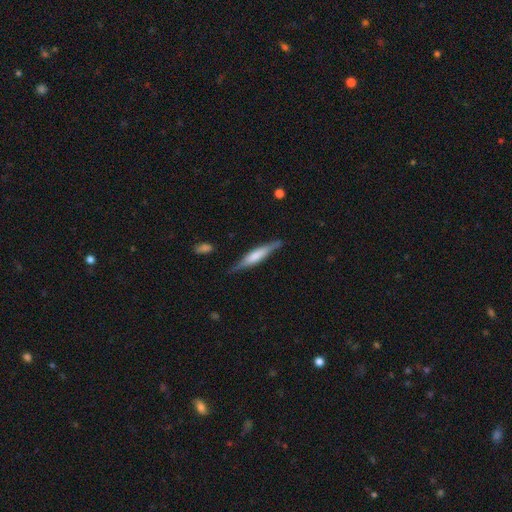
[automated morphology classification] A featured or disk galaxy (52%) viewed edge-on (94%). Merging: none (80%).